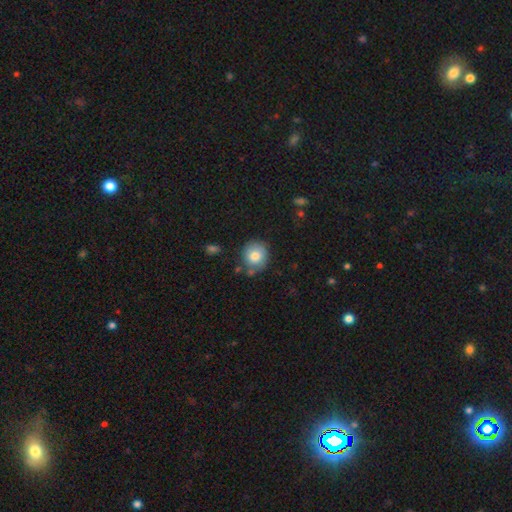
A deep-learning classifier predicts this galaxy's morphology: smooth 80%, featured or disk 11%, star or artifact 9%. Down the decision tree: how rounded — round (83%); merging — none (73%).